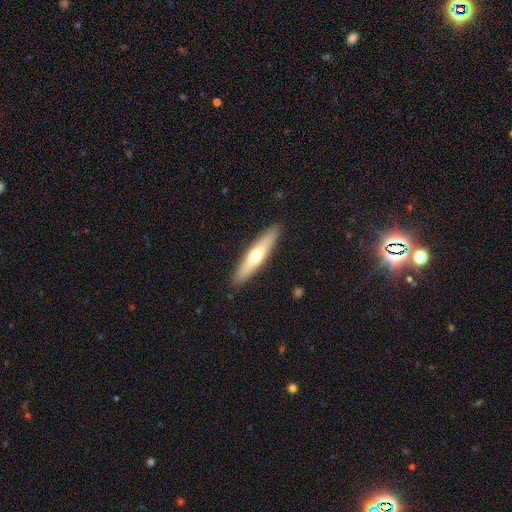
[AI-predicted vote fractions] A smooth galaxy with no disk features (52%) that is cigar-shaped (85%). Merging: none (90%).